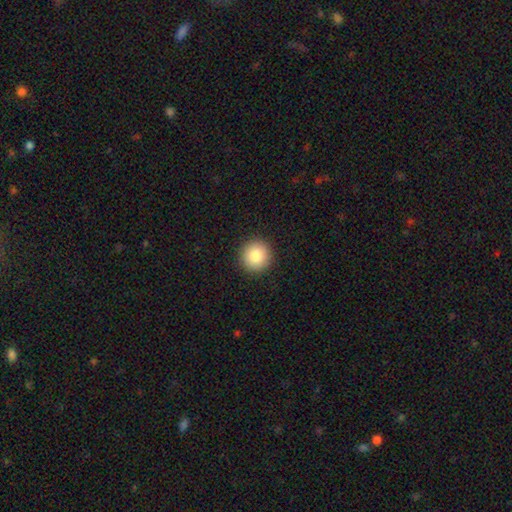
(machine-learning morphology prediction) The model was most divided on "smooth or featured": smooth: 85%, star or artifact: 9%, featured or disk: 6%. More confident: how rounded — round (94%); merging — none (92%).